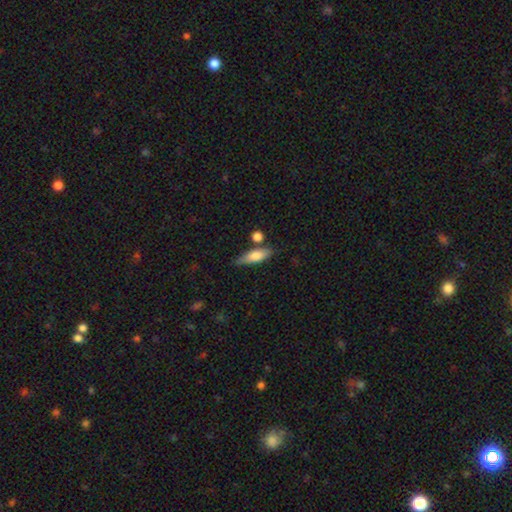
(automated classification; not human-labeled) Morphology: type=smooth (70%); roundness=in between (51%); merging=none (68%).